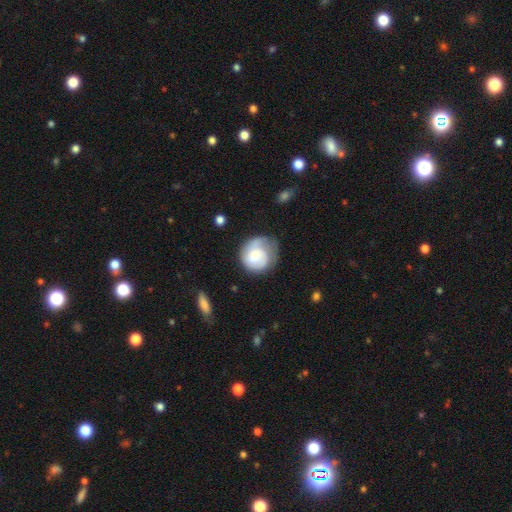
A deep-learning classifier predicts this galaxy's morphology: A smooth galaxy with no disk features (52%) that is round (84%).

Vote fractions:
- Smooth or featured? smooth: 52% / featured or disk: 41% / star or artifact: 7%
- How rounded? round: 84% / in between: 15% / cigar-shaped: 1%
- Merging? none: 52% / minor disturbance: 27% / major disturbance: 18% / merger: 3%